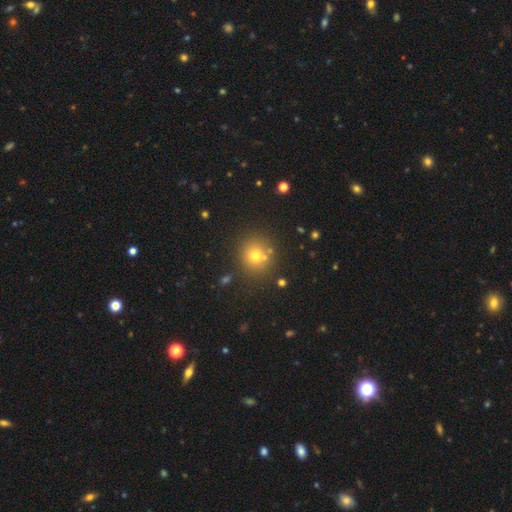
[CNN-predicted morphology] A smooth galaxy with no disk features (69%) that is round (89%). Merging: none (77%).